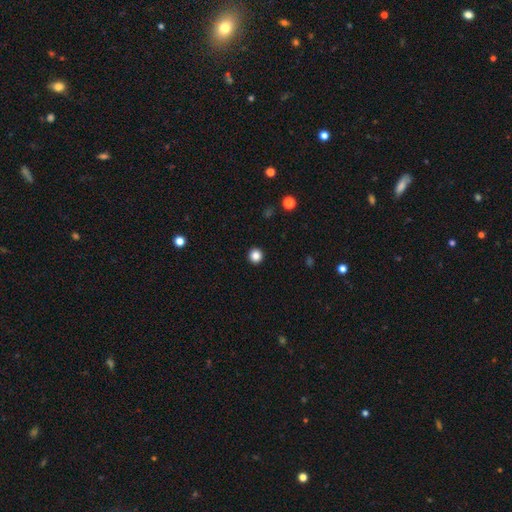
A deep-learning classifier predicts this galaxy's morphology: smooth-or-featured: smooth: 86% | star or artifact: 11% | featured or disk: 3%
  how-rounded: round: 96% | in between: 4% | cigar-shaped: 1%
  merging: none: 94% | minor disturbance: 4% | major disturbance: 1% | merger: 1%